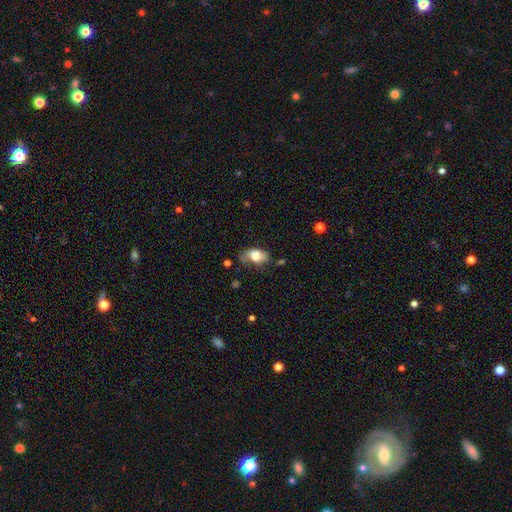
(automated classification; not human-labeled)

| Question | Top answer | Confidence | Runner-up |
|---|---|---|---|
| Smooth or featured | smooth | 76% | featured or disk (16%) |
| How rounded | in between | 88% | round (9%) |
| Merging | none | 42% | minor disturbance (36%) |